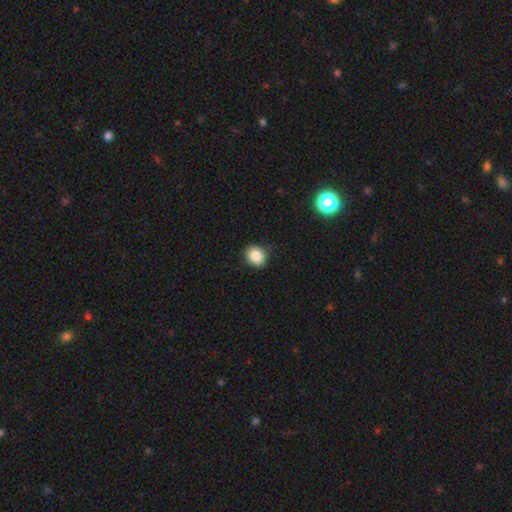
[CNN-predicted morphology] Smooth or featured? smooth (84%)
How rounded? round (69%)
Merging? none (82%)